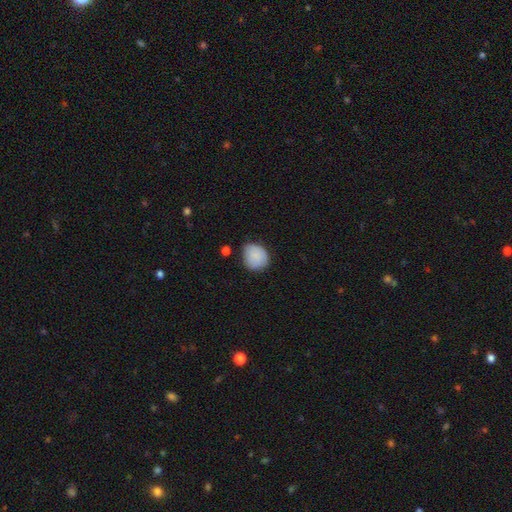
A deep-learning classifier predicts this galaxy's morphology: Smooth or featured? Predicted: smooth (p=0.85). How rounded? Predicted: round (p=0.68). Merging? Predicted: none (p=0.66).